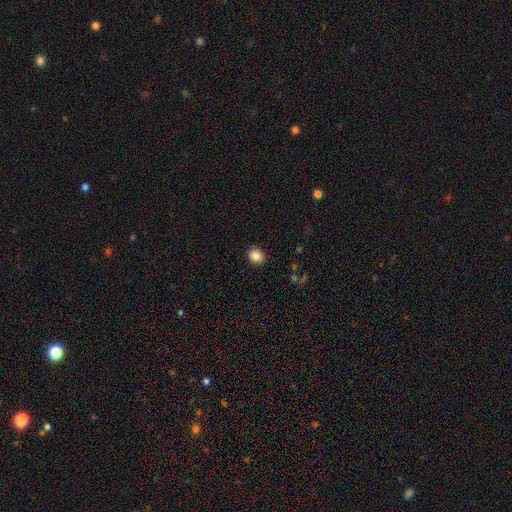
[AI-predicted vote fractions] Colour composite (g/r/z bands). It shows a smooth galaxy with no disk features (87%) that is round (68%). Merging: none (90%).